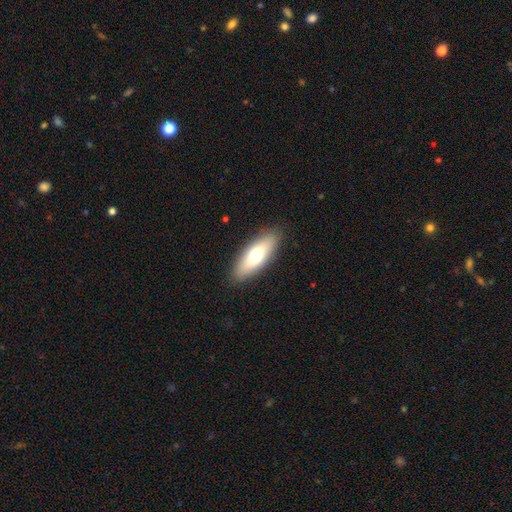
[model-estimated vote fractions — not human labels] Smooth or featured? smooth (67%)
How rounded? in between (65%)
Merging? none (89%)